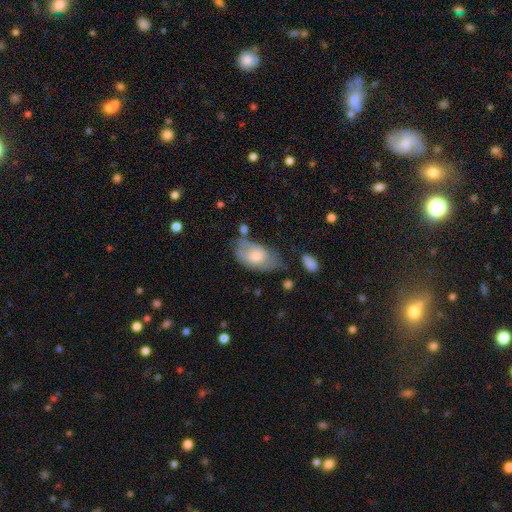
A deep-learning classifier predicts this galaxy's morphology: A smooth galaxy with no disk features (57%) that is in between round and cigar-shaped (93%).

Vote fractions:
- Smooth or featured? smooth: 57% / featured or disk: 36% / star or artifact: 6%
- How rounded? in between: 93% / round: 5% / cigar-shaped: 2%
- Merging? none: 41% / minor disturbance: 32% / major disturbance: 18% / merger: 9%